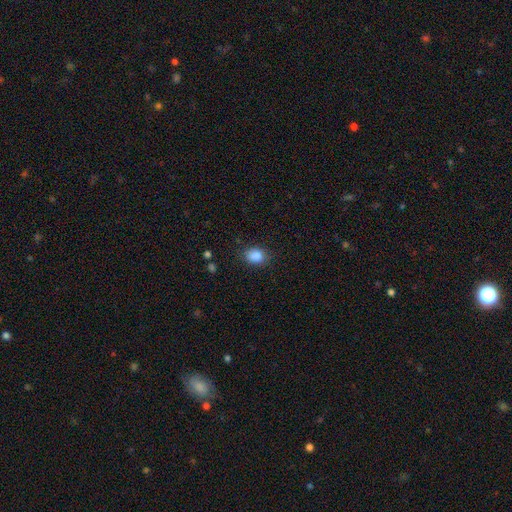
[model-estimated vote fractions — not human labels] Morphology: type=smooth (87%); roundness=in between (60%); merging=none (81%).